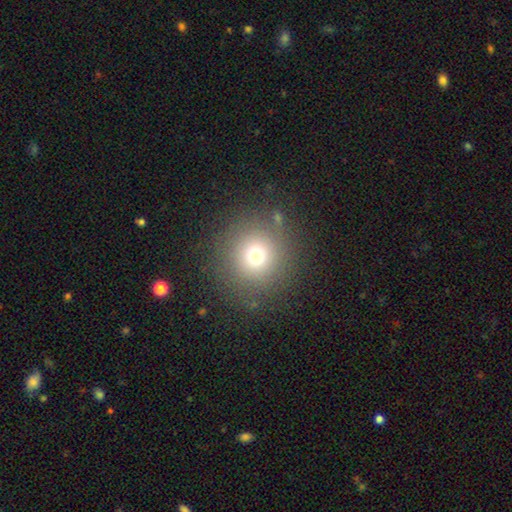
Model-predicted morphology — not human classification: A smooth galaxy with no disk features (71%) that is round (95%).

Vote fractions:
- Smooth or featured? smooth: 71% / star or artifact: 19% / featured or disk: 10%
- How rounded? round: 95% / in between: 4% / cigar-shaped: 1%
- Merging? none: 86% / minor disturbance: 7% / major disturbance: 5% / merger: 2%